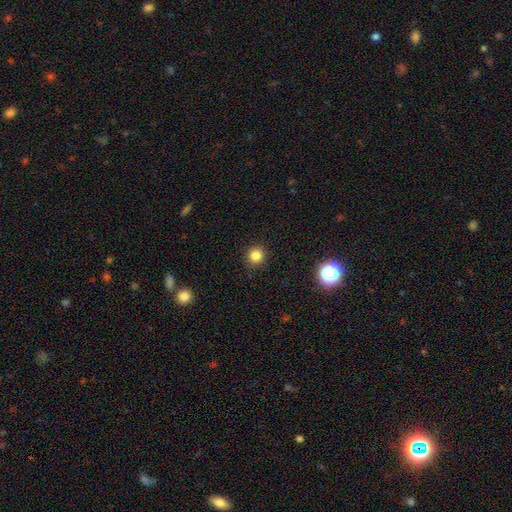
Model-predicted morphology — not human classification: This is clearly a smooth galaxy (83%). How rounded: clearly round (93%). Merging: clearly none (92%).